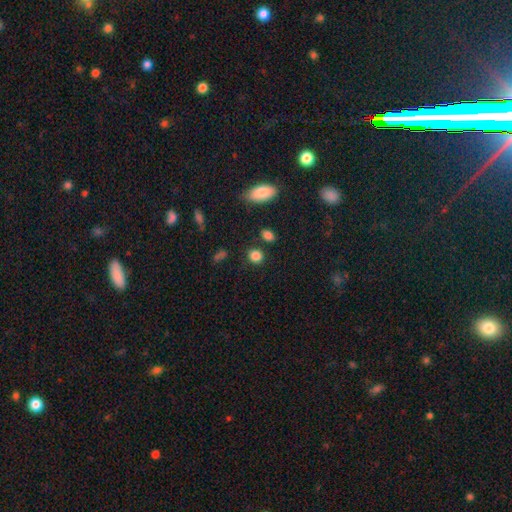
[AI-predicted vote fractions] A smooth galaxy with no disk features (85%) that is round (74%).

Vote fractions:
- Smooth or featured? smooth: 85% / star or artifact: 10% / featured or disk: 4%
- How rounded? round: 74% / in between: 24% / cigar-shaped: 1%
- Merging? none: 82% / minor disturbance: 10% / merger: 6% / major disturbance: 3%